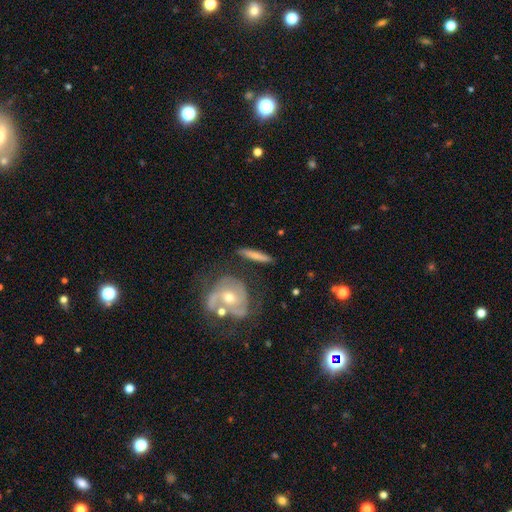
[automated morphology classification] Smooth or featured?
  - smooth: 59% *
  - featured or disk: 35%
  - star or artifact: 6%
How rounded?
  - cigar-shaped: 87% *
  - in between: 9%
  - round: 3%
Merging?
  - none: 80% *
  - minor disturbance: 11%
  - merger: 6%
  - major disturbance: 3%